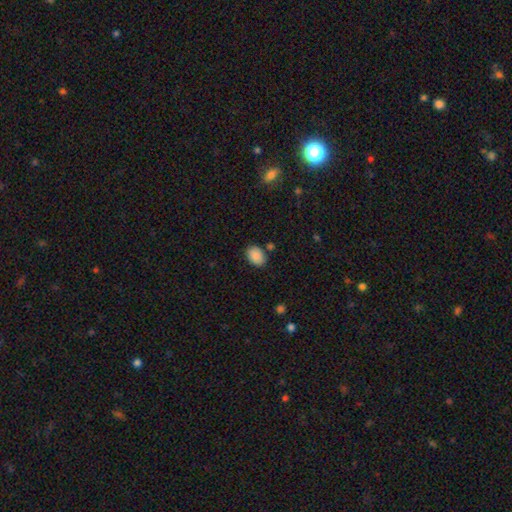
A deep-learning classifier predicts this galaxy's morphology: smooth 88%, star or artifact 8%, featured or disk 4%. Down the decision tree: how rounded — in between (74%); merging — none (80%).